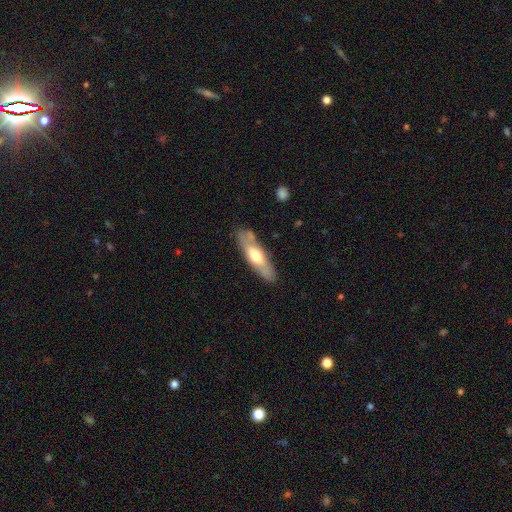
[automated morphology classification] A smooth galaxy with no disk features (51%) that is cigar-shaped (57%).

Vote fractions:
- Smooth or featured? smooth: 51% / featured or disk: 43% / star or artifact: 6%
- How rounded? cigar-shaped: 57% / in between: 41% / round: 2%
- Merging? none: 78% / minor disturbance: 15% / major disturbance: 4% / merger: 3%